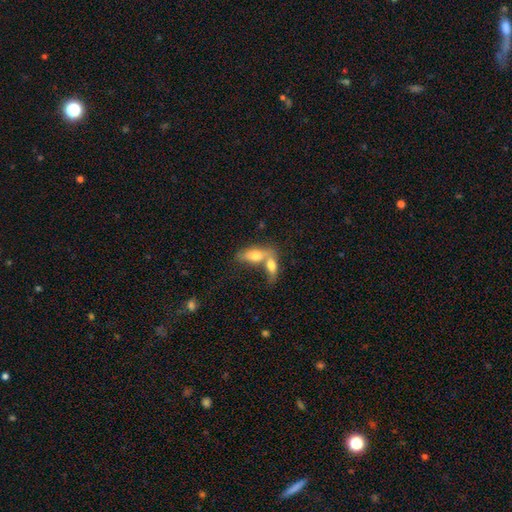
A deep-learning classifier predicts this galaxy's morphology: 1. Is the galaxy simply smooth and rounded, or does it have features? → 65% smooth, 27% featured or disk, 7% star or artifact.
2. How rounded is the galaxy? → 75% in between, 21% cigar-shaped, 5% round.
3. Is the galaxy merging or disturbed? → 64% merger, 26% none, 7% minor disturbance, 4% major disturbance.